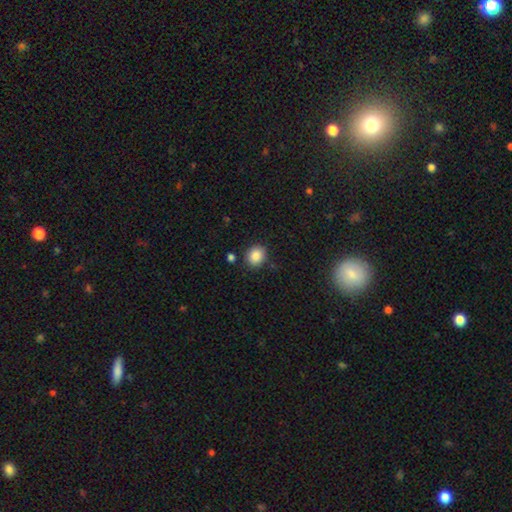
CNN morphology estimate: Overall: smooth (87%). How rounded: round (73%). Merging: none (84%).